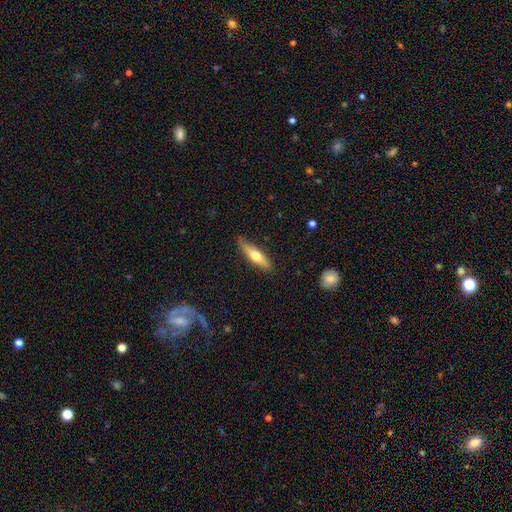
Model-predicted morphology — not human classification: Smooth or featured: smooth — 52% (featured or disk — 42%)
How rounded: cigar-shaped — 74% (in between — 24%)
Merging: none — 83% (minor disturbance — 13%)